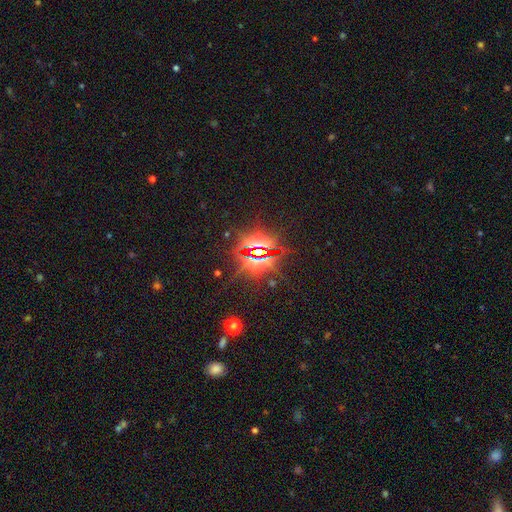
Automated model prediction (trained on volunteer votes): Morphology: type=star or artifact (83%).